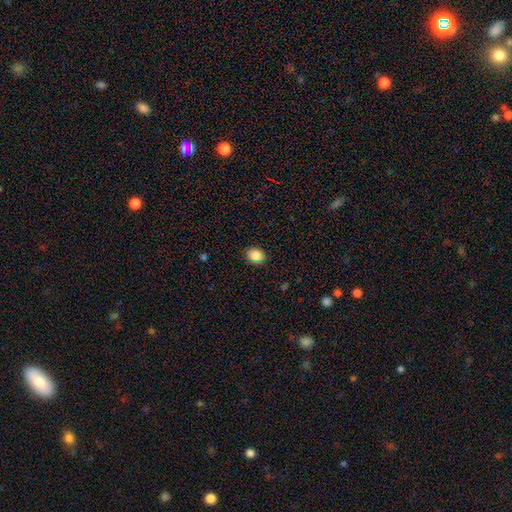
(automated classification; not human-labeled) Overall: smooth (88%). How rounded: in between (57%; round 42%). Merging: none (90%).